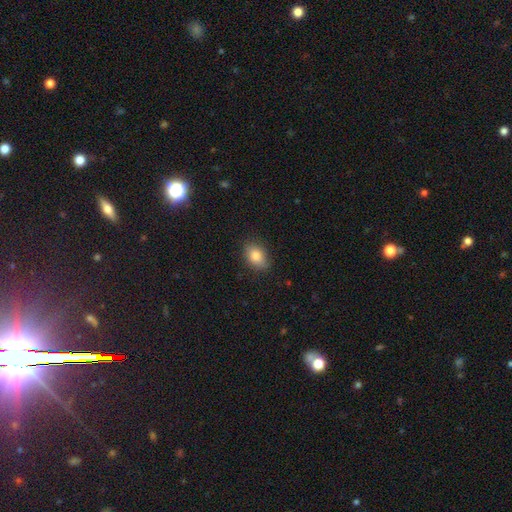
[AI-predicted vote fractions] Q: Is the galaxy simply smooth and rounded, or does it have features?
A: smooth — 83%.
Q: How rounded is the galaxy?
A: in between — 79%.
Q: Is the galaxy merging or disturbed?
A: none — 81%.